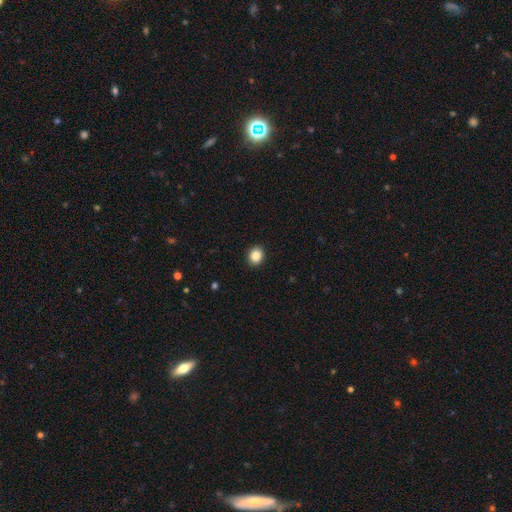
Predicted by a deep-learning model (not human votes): Q: Smooth or featured?
A: smooth (88%); runner-up: star or artifact (9%)
Q: How rounded?
A: round (60%); runner-up: in between (39%)
Q: Merging?
A: none (91%); runner-up: minor disturbance (6%)